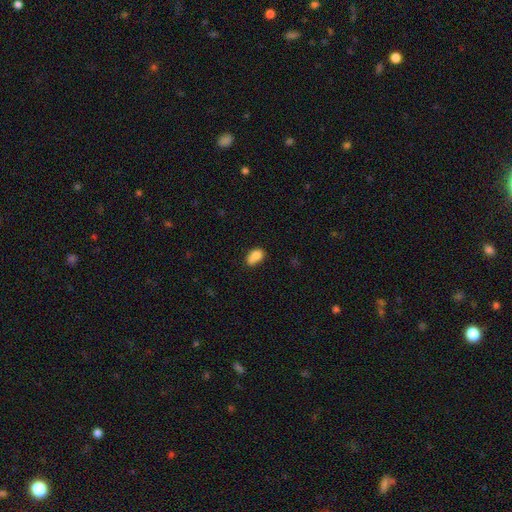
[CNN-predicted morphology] type=smooth (79%); roundness=in between (75%); merging=none (37%).